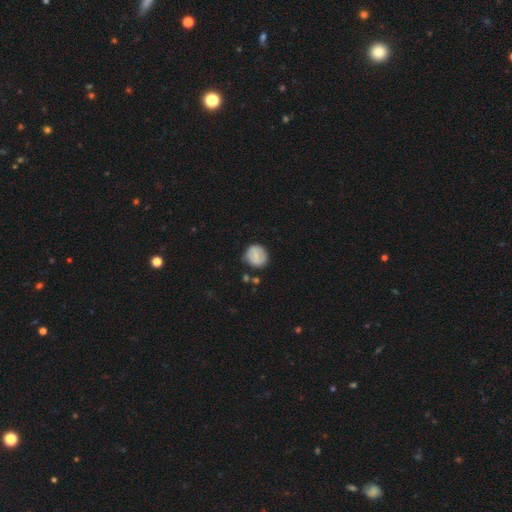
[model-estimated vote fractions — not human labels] smooth_or_featured: smooth (p=0.73) [alt: featured or disk p=0.20]
how_rounded: round (p=0.85) [alt: in between p=0.14]
merging: none (p=0.76) [alt: minor disturbance p=0.16]